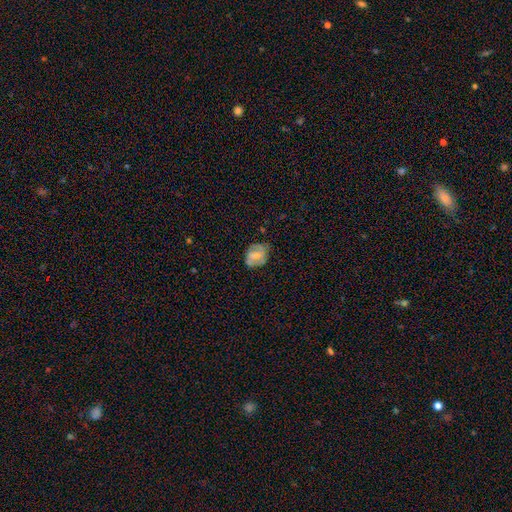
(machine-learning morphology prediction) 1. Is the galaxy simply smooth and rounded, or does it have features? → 52% featured or disk, 40% smooth, 7% star or artifact.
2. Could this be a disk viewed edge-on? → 97% no, 3% yes.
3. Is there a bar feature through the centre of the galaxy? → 46% weak, 34% no, 20% strong.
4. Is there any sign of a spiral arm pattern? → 70% yes, 30% no.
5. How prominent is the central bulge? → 44% small, 42% moderate, 10% none, 3% large, 1% dominant.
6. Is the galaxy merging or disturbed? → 63% none, 25% minor disturbance, 9% major disturbance, 2% merger.